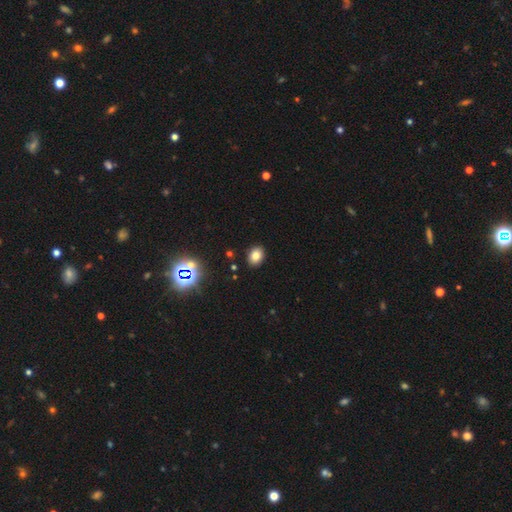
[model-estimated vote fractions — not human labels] The model was most divided on "how rounded": in between: 68%, round: 31%, cigar-shaped: 1%. More confident: merging — none (89%); smooth or featured — smooth (79%).